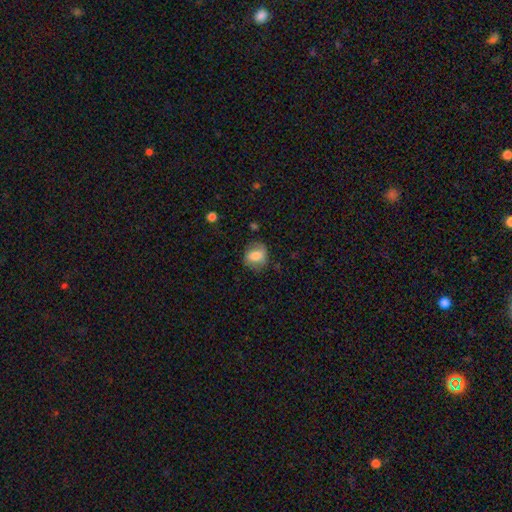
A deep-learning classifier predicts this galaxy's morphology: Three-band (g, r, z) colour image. It shows a smooth galaxy with no disk features (73%) that is round (57%). Merging: none (66%).